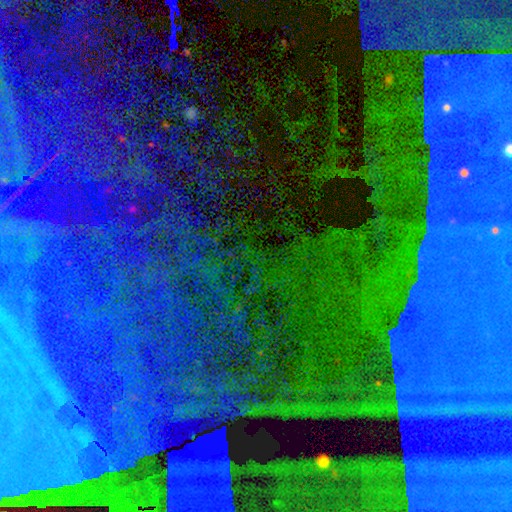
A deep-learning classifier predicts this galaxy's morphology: type=star or artifact (77%).